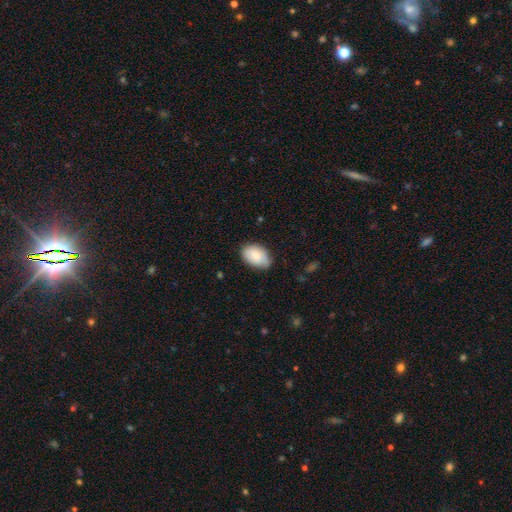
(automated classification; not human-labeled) Overall: smooth (83%). How rounded: in between (90%). Merging: none (72%).